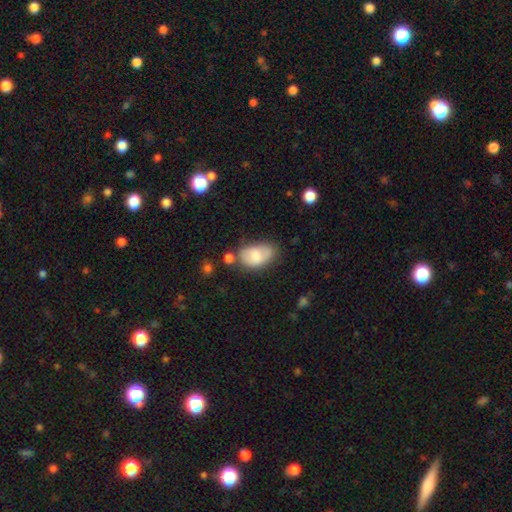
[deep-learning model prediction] Smooth or featured? smooth (72%)
How rounded? in between (90%)
Merging? none (45%)